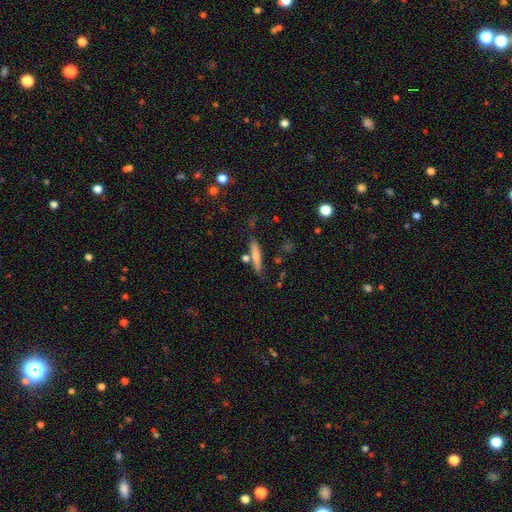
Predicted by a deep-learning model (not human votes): Morphology: type=smooth (67%); roundness=cigar-shaped (90%); merging=none (75%).